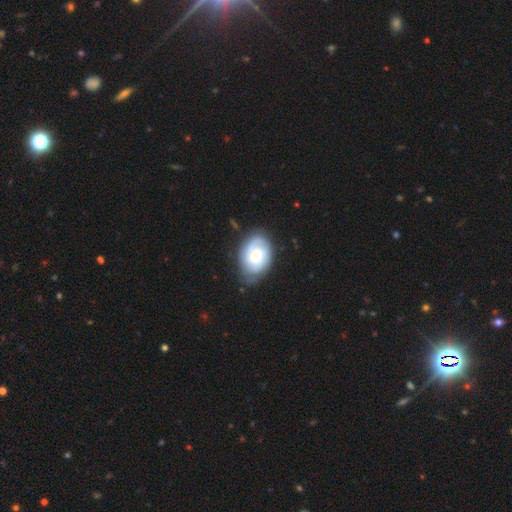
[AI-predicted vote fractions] Smooth or featured?
  - featured or disk: 61% *
  - smooth: 34%
  - star or artifact: 6%
Edge-on disk?
  - no: 97% *
  - yes: 3%
Bar?
  - no: 71% *
  - weak: 25%
  - strong: 4%
Spiral arms?
  - yes: 87% *
  - no: 13%
Spiral winding?
  - tight: 59% *
  - medium: 31%
  - loose: 10%
Spiral arm count?
  - 2: 40% *
  - can't tell: 34%
  - 3: 13%
  - 1: 6%
  - 4: 3%
  - more than 4: 3%
Bulge size?
  - moderate: 52% *
  - small: 37%
  - large: 8%
  - none: 2%
  - dominant: 1%
Merging?
  - none: 67% *
  - minor disturbance: 24%
  - major disturbance: 7%
  - merger: 2%